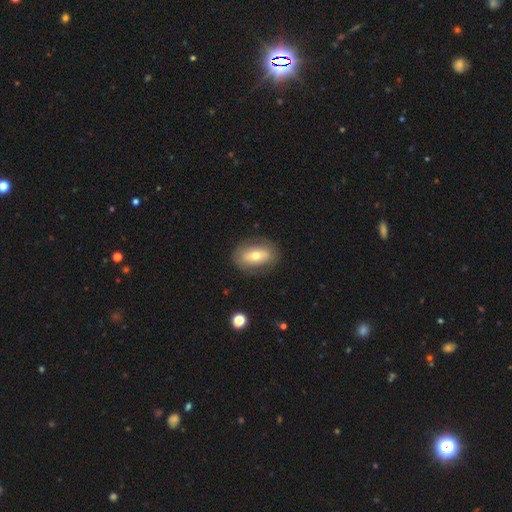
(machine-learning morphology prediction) This is likely a smooth galaxy (61%). How rounded: clearly in between (83%). Merging: clearly none (82%).